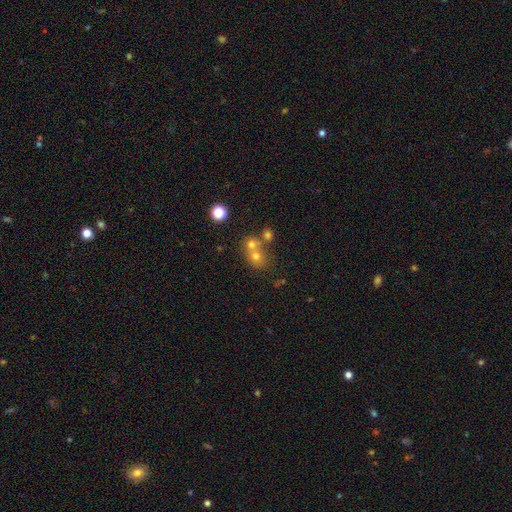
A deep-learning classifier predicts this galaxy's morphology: Q: Smooth or featured?
A: smooth (62%); runner-up: star or artifact (20%)
Q: How rounded?
A: round (77%); runner-up: in between (22%)
Q: Merging?
A: merger (52%); runner-up: none (38%)